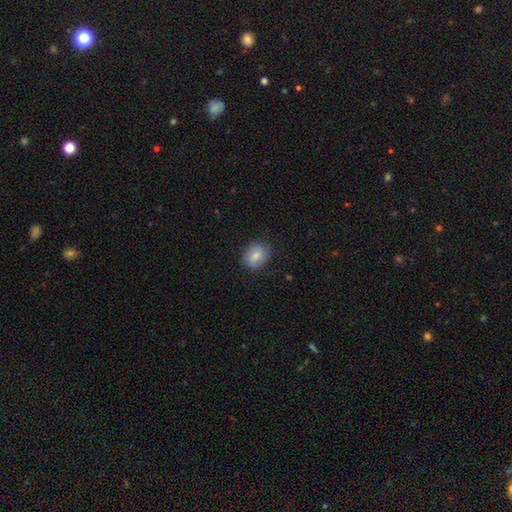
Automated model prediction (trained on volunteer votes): A smooth galaxy with no disk features (74%) that is round (50%).

Vote fractions:
- Smooth or featured? smooth: 74% / featured or disk: 19% / star or artifact: 7%
- How rounded? round: 50% / in between: 49% / cigar-shaped: 1%
- Merging? none: 77% / minor disturbance: 18% / major disturbance: 4% / merger: 1%